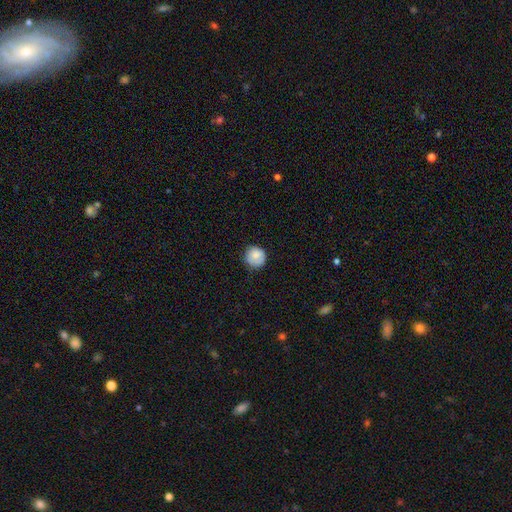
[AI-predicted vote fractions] Overall: smooth (81%). How rounded: round (92%). Merging: none (80%).